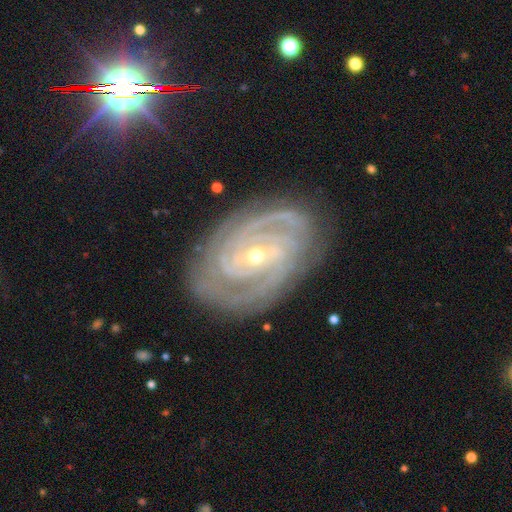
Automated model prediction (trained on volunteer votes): This appears to be a featured or disk galaxy (90%) with no bar (47%), 2 (40%) tight (75%) spiral arms (98%) and a small central bulge (65%). Merging: none (81%).